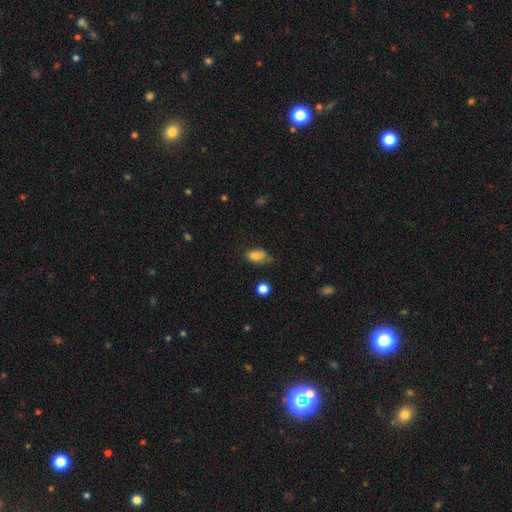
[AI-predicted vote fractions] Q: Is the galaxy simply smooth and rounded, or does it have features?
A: smooth — 82%.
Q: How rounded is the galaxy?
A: in between — 89%.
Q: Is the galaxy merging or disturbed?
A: none — 53%.